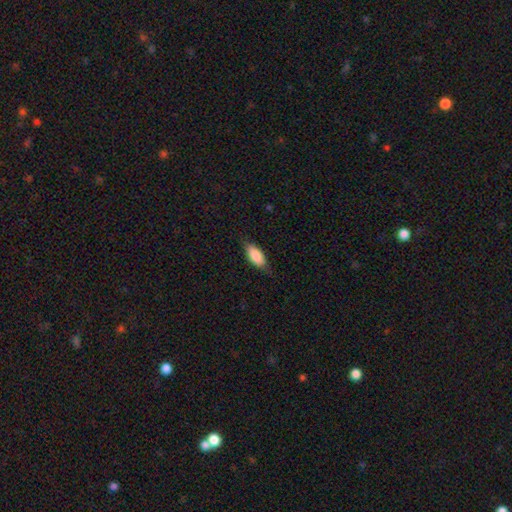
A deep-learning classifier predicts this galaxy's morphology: A smooth galaxy with no disk features (82%) that is in between round and cigar-shaped (84%). Merging: none (74%).